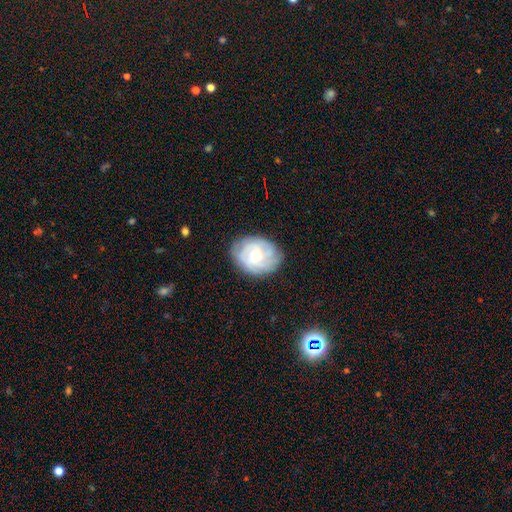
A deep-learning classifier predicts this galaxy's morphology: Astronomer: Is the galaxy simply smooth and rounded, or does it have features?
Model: featured or disk — 67%.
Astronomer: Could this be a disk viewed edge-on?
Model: no — 97%.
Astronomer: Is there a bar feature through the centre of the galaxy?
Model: no — 62%.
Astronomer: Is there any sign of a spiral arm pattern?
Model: yes — 84%.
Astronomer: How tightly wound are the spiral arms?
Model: tight — 57% (runner-up: medium, 32%).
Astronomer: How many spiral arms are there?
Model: can't tell — 44% (runner-up: 3, 20%).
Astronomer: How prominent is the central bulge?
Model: moderate — 55% (runner-up: small, 39%).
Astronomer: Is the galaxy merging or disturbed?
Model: none — 76%.